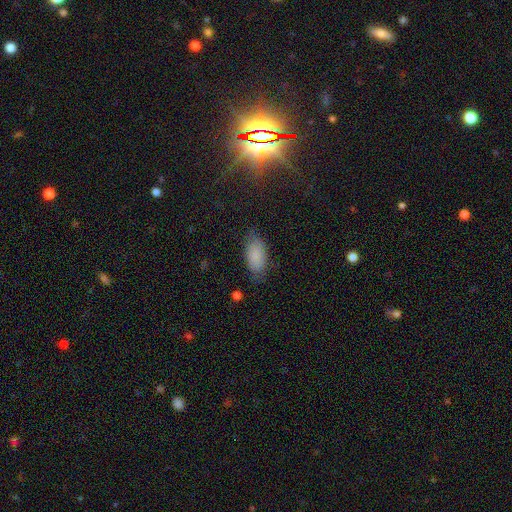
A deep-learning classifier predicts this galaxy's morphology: smooth 85%, star or artifact 8%, featured or disk 7%. Down the decision tree: how rounded — in between (92%); merging — none (75%).